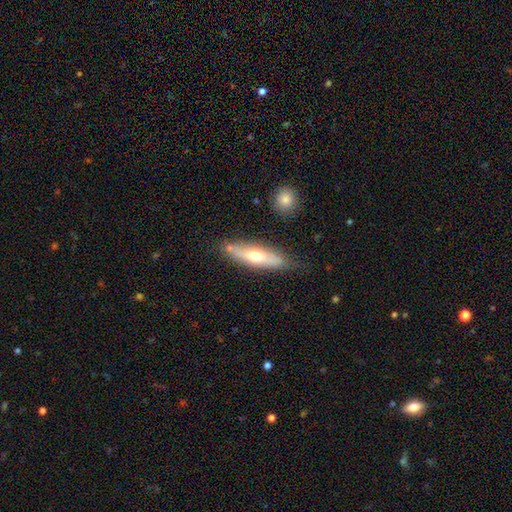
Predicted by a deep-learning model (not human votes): smooth-or-featured: smooth: 52% | featured or disk: 42% | star or artifact: 6%
  how-rounded: cigar-shaped: 59% | in between: 38% | round: 2%
  merging: none: 72% | minor disturbance: 18% | merger: 5% | major disturbance: 4%